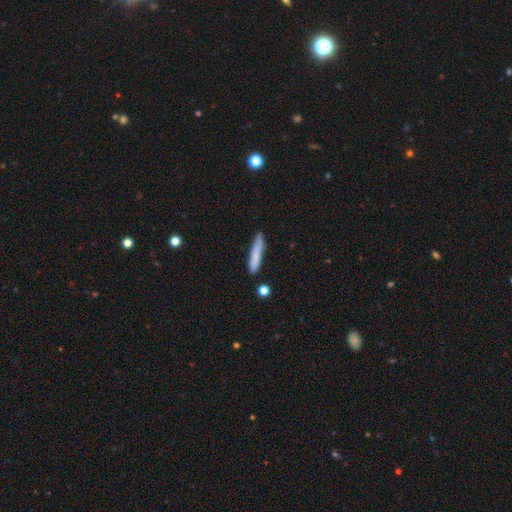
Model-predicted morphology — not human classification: The model was most divided on "smooth or featured": smooth: 79%, featured or disk: 15%, star or artifact: 6%. More confident: how rounded — cigar-shaped (90%); merging — none (80%).